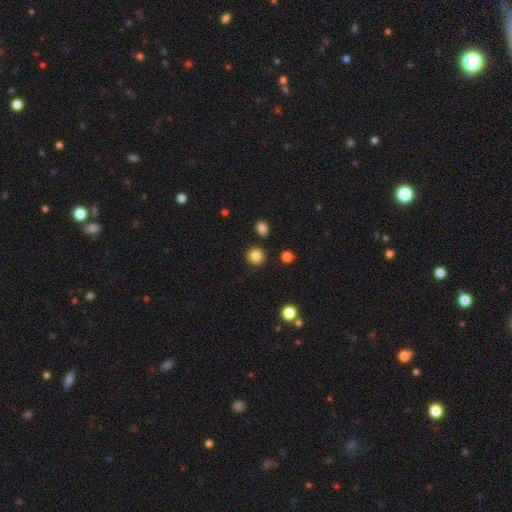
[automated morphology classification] smooth_or_featured: smooth (p=0.83) [alt: star or artifact p=0.11]
how_rounded: round (p=0.93) [alt: in between p=0.06]
merging: none (p=0.89) [alt: minor disturbance p=0.06]